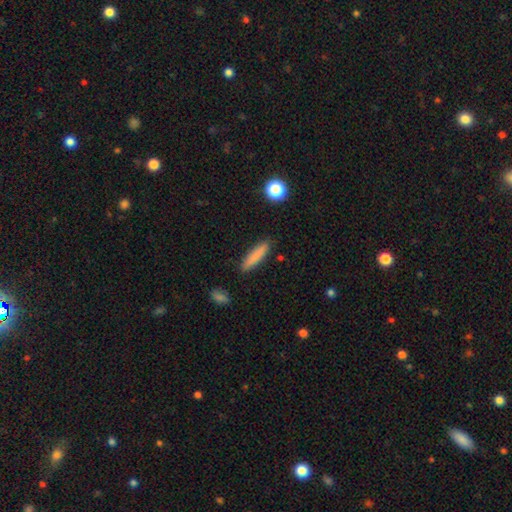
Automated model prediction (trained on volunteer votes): smooth-or-featured: smooth: 83% | featured or disk: 10% | star or artifact: 7%
  how-rounded: cigar-shaped: 85% | in between: 13% | round: 2%
  merging: none: 88% | minor disturbance: 8% | major disturbance: 2% | merger: 2%